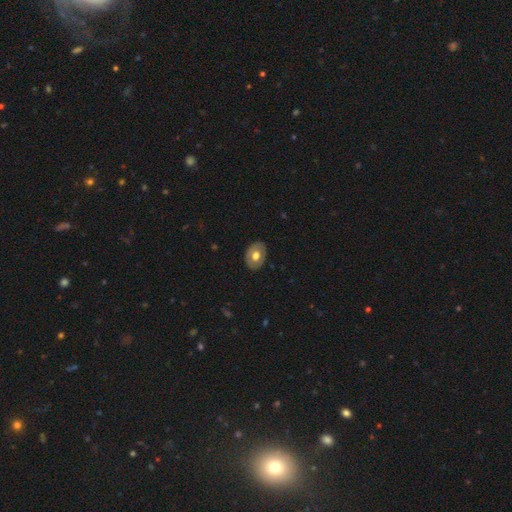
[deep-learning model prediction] This is possibly a smooth galaxy (57%). How rounded: likely in between (73%). Merging: clearly none (83%).